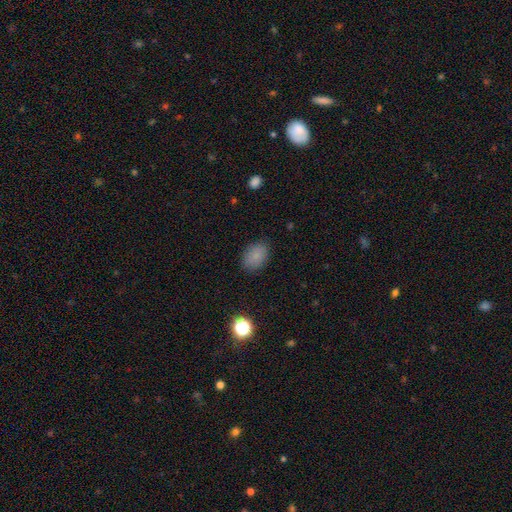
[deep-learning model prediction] A smooth galaxy with no disk features (83%) that is in between round and cigar-shaped (79%). Merging: none (84%).